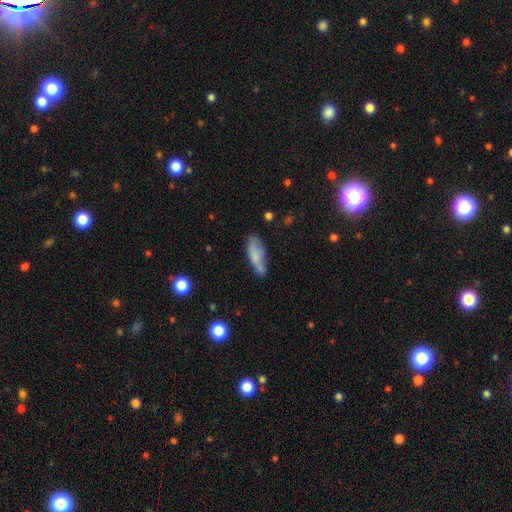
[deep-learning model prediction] This appears to be a smooth galaxy with no disk features (73%) that is in between round and cigar-shaped (60%). Merging: none (60%).